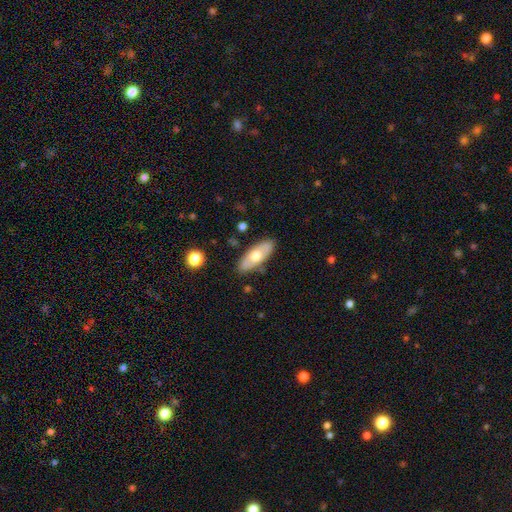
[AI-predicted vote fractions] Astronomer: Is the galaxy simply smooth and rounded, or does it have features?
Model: smooth — 56% (runner-up: featured or disk, 38%).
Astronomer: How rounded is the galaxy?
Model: in between — 81%.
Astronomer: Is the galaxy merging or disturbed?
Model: none — 84%.